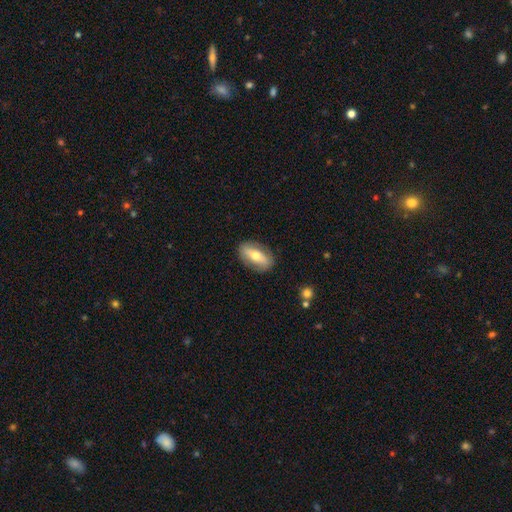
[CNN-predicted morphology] Smooth or featured?
  - smooth: 55% *
  - featured or disk: 39%
  - star or artifact: 6%
How rounded?
  - in between: 84% *
  - cigar-shaped: 10%
  - round: 6%
Merging?
  - none: 84% *
  - minor disturbance: 11%
  - major disturbance: 3%
  - merger: 1%